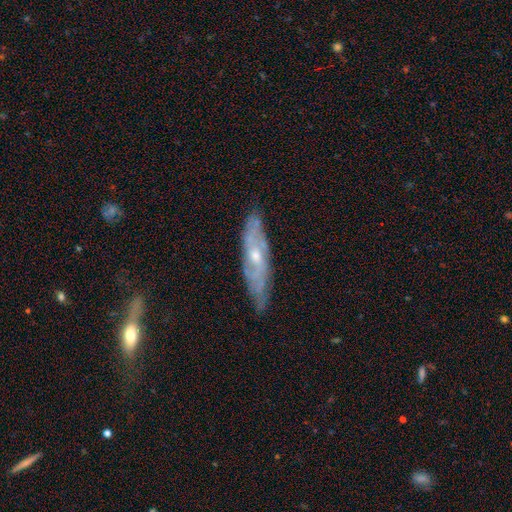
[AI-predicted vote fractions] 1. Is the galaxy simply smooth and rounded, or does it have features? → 75% featured or disk, 19% smooth, 6% star or artifact.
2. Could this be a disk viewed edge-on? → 61% no, 39% yes.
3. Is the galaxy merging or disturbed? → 75% none, 20% minor disturbance, 4% major disturbance, 2% merger.